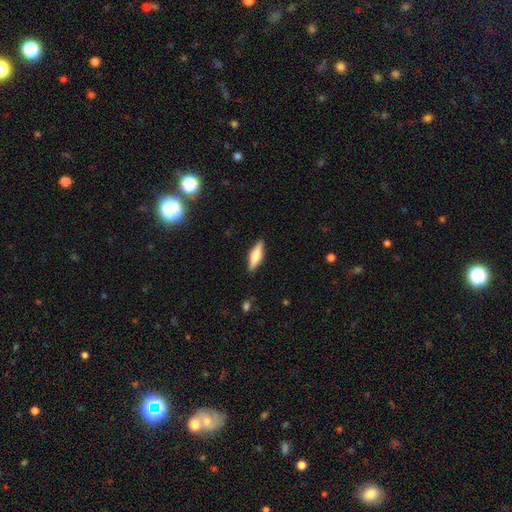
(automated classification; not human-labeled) featured or disk 48%, smooth 46%, star or artifact 6%. Down the decision tree: merging — none (89%).